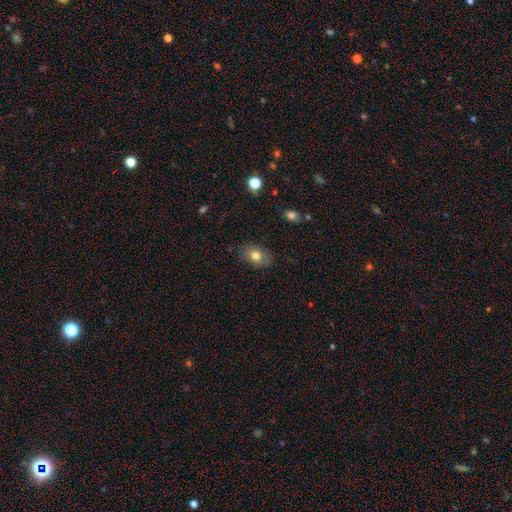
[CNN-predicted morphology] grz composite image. It shows a smooth galaxy with no disk features (77%) that is in between round and cigar-shaped (82%). Merging: none (83%).